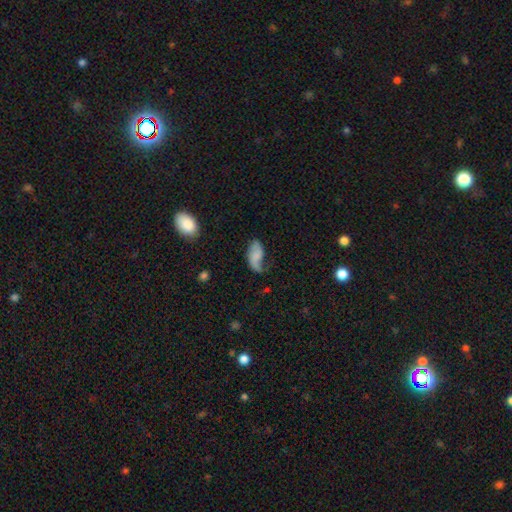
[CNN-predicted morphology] smooth 50%, featured or disk 42%, star or artifact 9%. Down the decision tree: merging — none (38%).